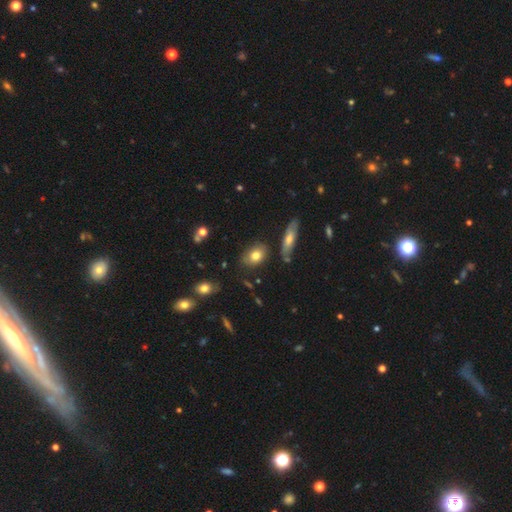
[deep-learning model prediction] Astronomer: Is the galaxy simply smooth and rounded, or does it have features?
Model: smooth — 75%.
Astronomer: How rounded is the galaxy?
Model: in between — 76%.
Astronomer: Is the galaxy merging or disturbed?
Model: none — 72%.